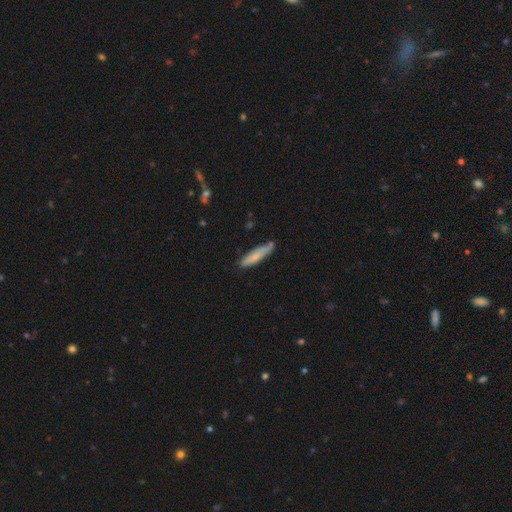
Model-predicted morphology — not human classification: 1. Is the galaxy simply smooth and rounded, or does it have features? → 75% smooth, 19% featured or disk, 6% star or artifact.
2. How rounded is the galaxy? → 81% cigar-shaped, 17% in between, 1% round.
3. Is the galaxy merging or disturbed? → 75% none, 19% minor disturbance, 3% merger, 3% major disturbance.